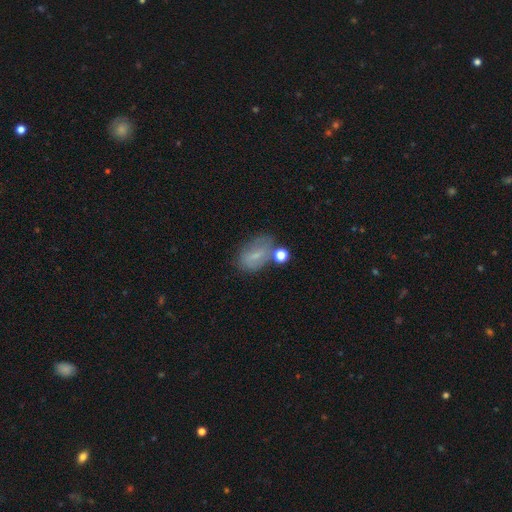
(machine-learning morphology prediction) type=smooth (60%); roundness=in between (82%); merging=none (50%).